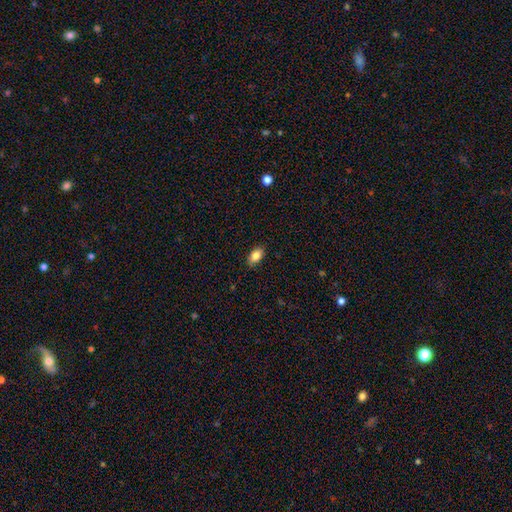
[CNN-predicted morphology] A smooth galaxy with no disk features (85%) that is in between round and cigar-shaped (88%).

Vote fractions:
- Smooth or featured? smooth: 85% / star or artifact: 8% / featured or disk: 7%
- How rounded? in between: 88% / round: 9% / cigar-shaped: 2%
- Merging? none: 86% / minor disturbance: 11% / major disturbance: 2% / merger: 1%